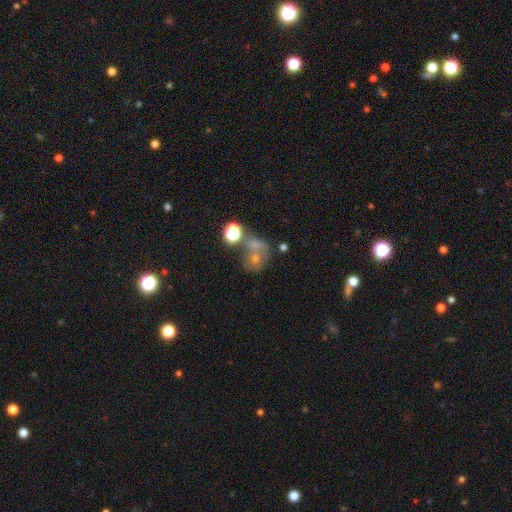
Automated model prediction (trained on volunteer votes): Q: Smooth or featured?
A: smooth (50%); runner-up: featured or disk (26%)
Q: How rounded?
A: round (66%); runner-up: in between (33%)
Q: Merging?
A: merger (43%); runner-up: none (32%)